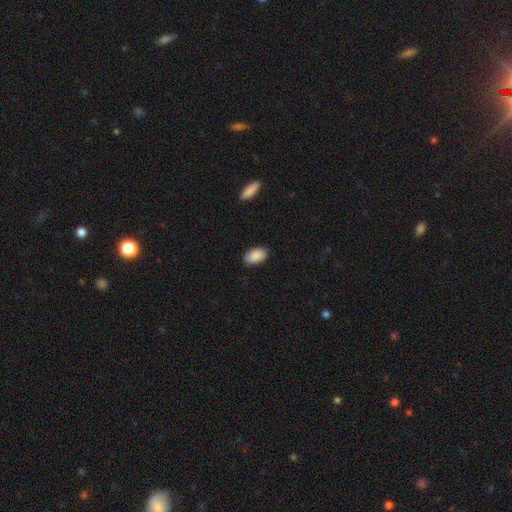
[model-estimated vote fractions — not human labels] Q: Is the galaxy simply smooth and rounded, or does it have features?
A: smooth — 89%.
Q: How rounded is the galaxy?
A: in between — 93%.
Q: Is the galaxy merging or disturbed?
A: none — 85%.